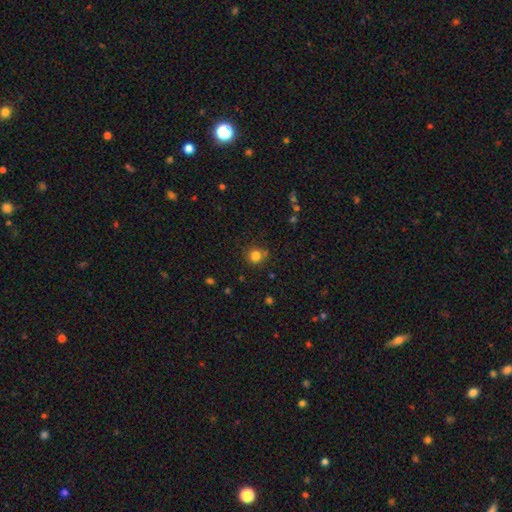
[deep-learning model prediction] smooth_or_featured: smooth (p=0.81) [alt: star or artifact p=0.14]
how_rounded: round (p=0.92) [alt: in between p=0.07]
merging: none (p=0.78) [alt: minor disturbance p=0.11]